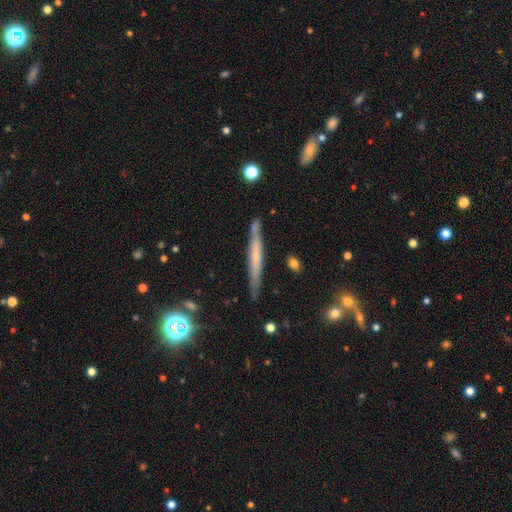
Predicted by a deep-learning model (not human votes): A featured or disk galaxy (49%).

Vote fractions:
- Smooth or featured? featured or disk: 49% / smooth: 44% / star or artifact: 7%
- Merging? none: 83% / minor disturbance: 12% / merger: 3% / major disturbance: 2%